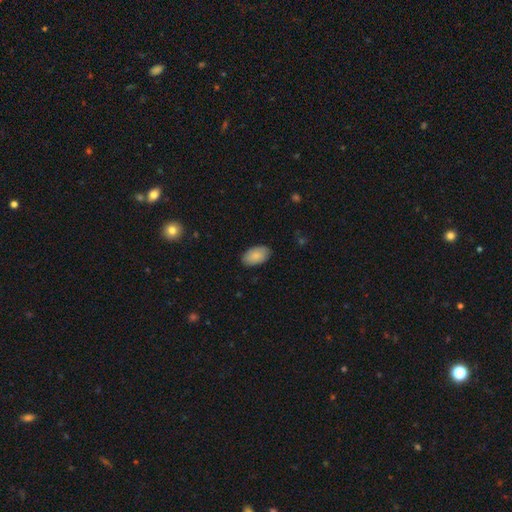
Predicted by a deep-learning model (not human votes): This is clearly a smooth galaxy (85%). How rounded: clearly in between (94%). Merging: clearly none (85%).